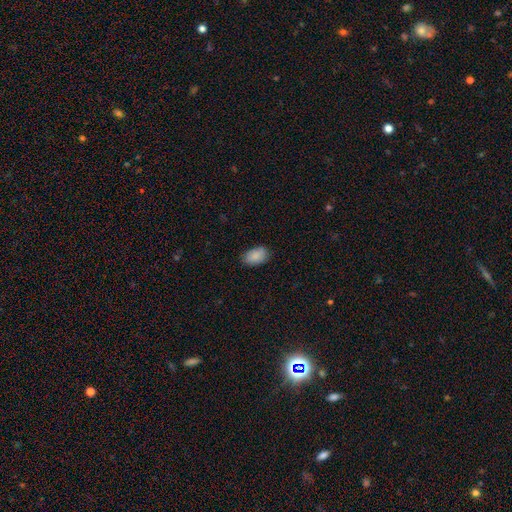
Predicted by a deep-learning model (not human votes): This is clearly a smooth galaxy (88%). How rounded: clearly in between (92%). Merging: clearly none (85%).